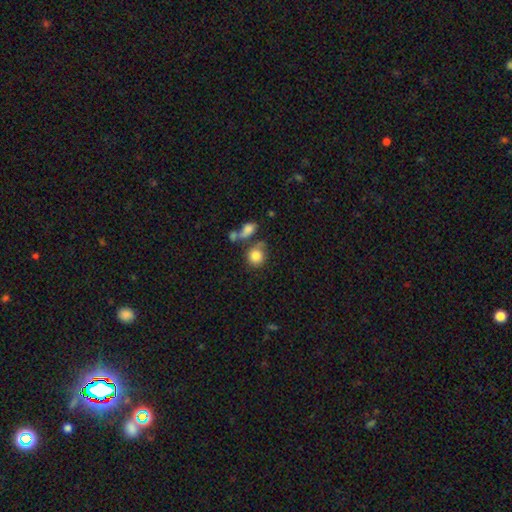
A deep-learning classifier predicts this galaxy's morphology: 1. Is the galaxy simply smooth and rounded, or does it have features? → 83% smooth, 9% star or artifact, 8% featured or disk.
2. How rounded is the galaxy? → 80% round, 19% in between, 1% cigar-shaped.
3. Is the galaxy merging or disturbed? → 56% none, 23% merger, 15% minor disturbance, 7% major disturbance.